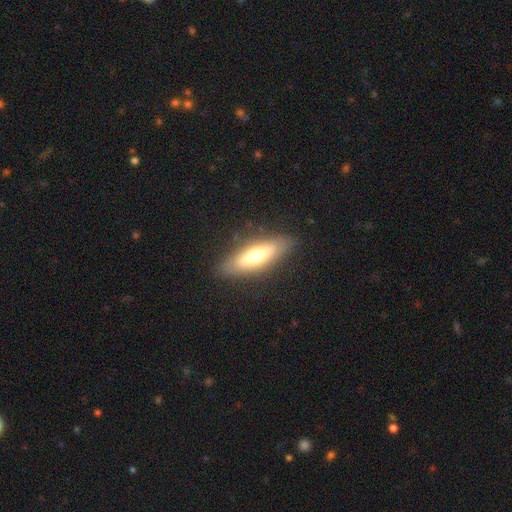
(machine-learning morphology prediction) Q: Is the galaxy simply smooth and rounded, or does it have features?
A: smooth — 60%.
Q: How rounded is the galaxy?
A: cigar-shaped — 50%.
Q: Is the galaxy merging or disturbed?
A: none — 86%.